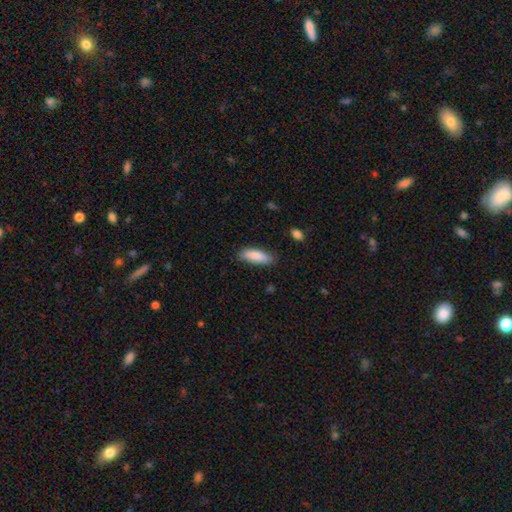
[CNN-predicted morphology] This appears to be a smooth galaxy with no disk features (86%) that is in between round and cigar-shaped (57%). Merging: none (81%).